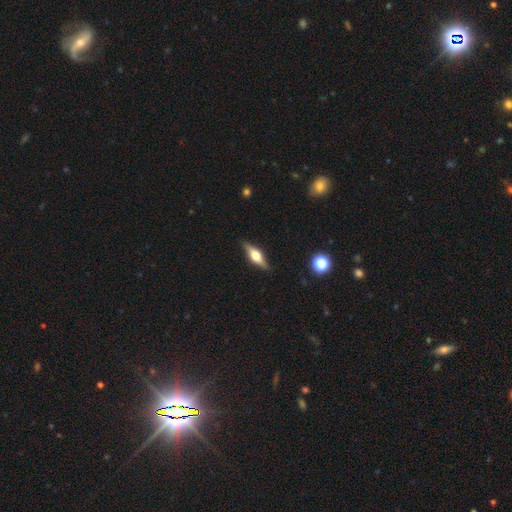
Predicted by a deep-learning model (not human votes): smooth_or_featured: featured or disk (p=0.59) [alt: smooth p=0.34]
disk_edge_on: yes (p=0.93) [alt: no p=0.07]
edge_on_bulge: rounded (p=0.90) [alt: boxy p=0.09]
merging: none (p=0.85) [alt: minor disturbance p=0.11]